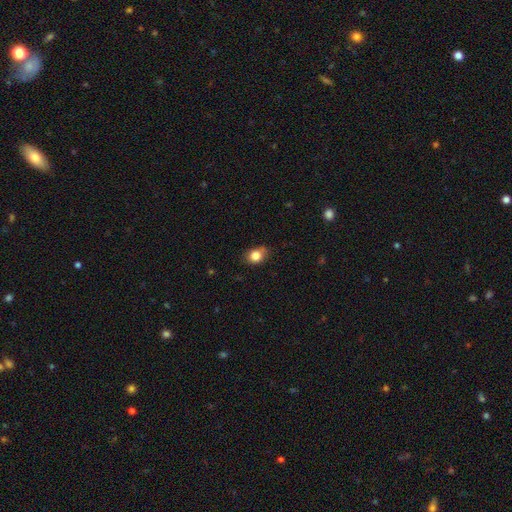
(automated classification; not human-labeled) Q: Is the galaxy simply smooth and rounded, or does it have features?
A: smooth — 82%.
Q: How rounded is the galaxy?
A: in between — 52%.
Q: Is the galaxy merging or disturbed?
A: none — 70%.